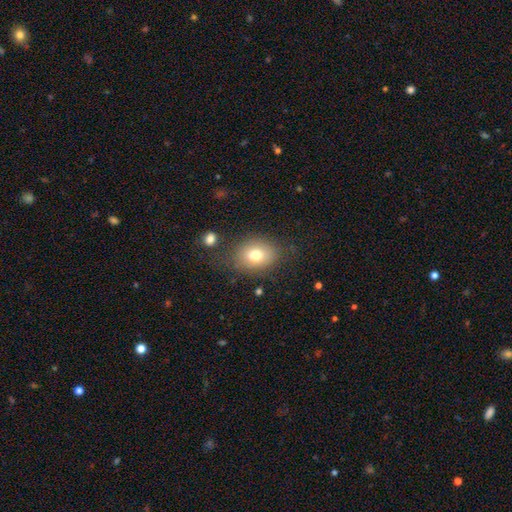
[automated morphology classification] Smooth or featured: smooth — 75% (featured or disk — 13%)
How rounded: in between — 54% (round — 45%)
Merging: none — 75% (minor disturbance — 15%)